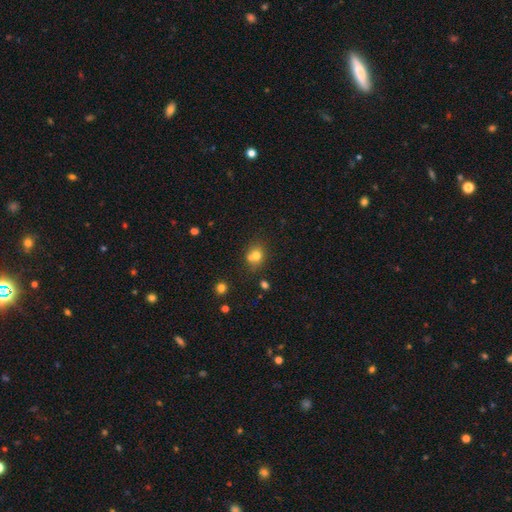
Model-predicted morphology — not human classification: smooth_or_featured: smooth (p=0.73) [alt: star or artifact p=0.14]
how_rounded: round (p=0.70) [alt: in between p=0.29]
merging: none (p=0.52) [alt: merger p=0.32]